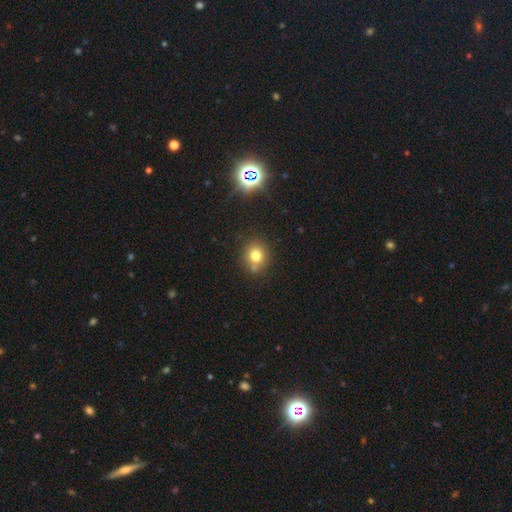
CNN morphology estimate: Overall: smooth (74%). How rounded: round (81%). Merging: none (72%).